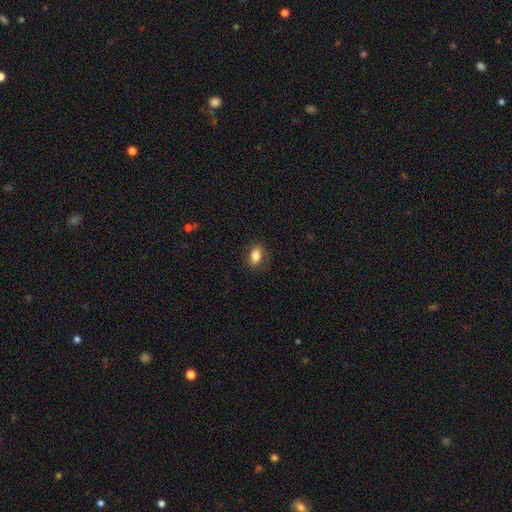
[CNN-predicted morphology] smooth 78%, featured or disk 13%, star or artifact 8%. Down the decision tree: how rounded — in between (81%); merging — none (84%).